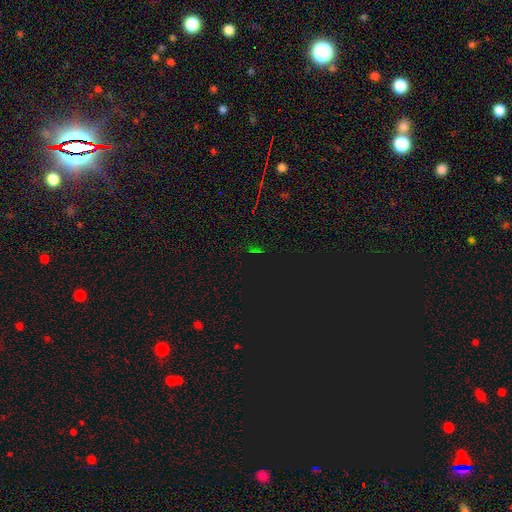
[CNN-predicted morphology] Smooth or featured? star or artifact (77%)